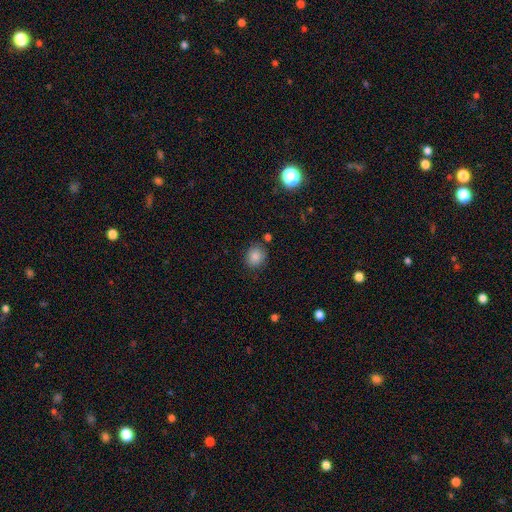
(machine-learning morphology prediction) Smooth or featured?
  - smooth: 86% *
  - star or artifact: 10%
  - featured or disk: 5%
How rounded?
  - round: 77% *
  - in between: 22%
  - cigar-shaped: 1%
Merging?
  - none: 82% *
  - minor disturbance: 11%
  - merger: 3%
  - major disturbance: 3%